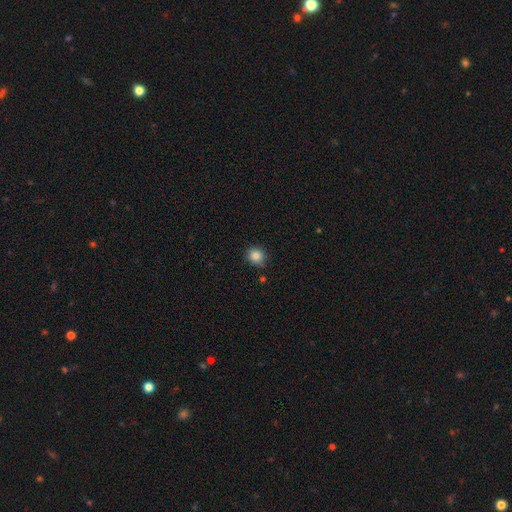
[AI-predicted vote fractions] A smooth galaxy with no disk features (85%) that is round (87%). Merging: none (84%).